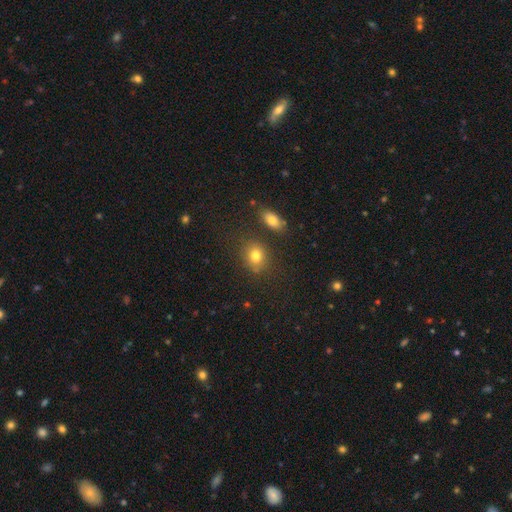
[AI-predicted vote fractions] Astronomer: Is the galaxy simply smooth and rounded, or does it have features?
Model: smooth — 79%.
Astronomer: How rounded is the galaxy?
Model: round — 58% (runner-up: in between, 40%).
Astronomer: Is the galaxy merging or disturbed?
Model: none — 77%.